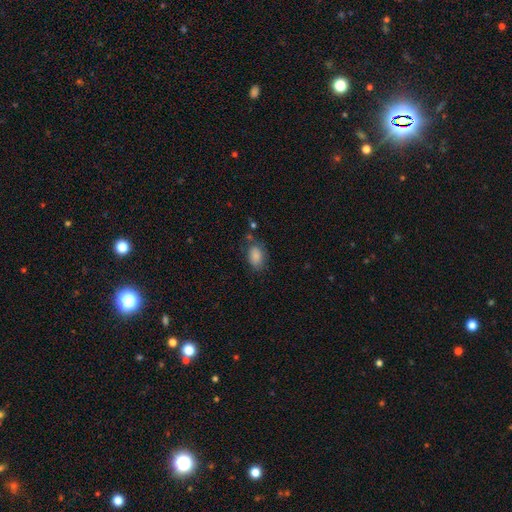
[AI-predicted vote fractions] Morphology: type=smooth (85%); roundness=in between (87%); merging=none (64%).